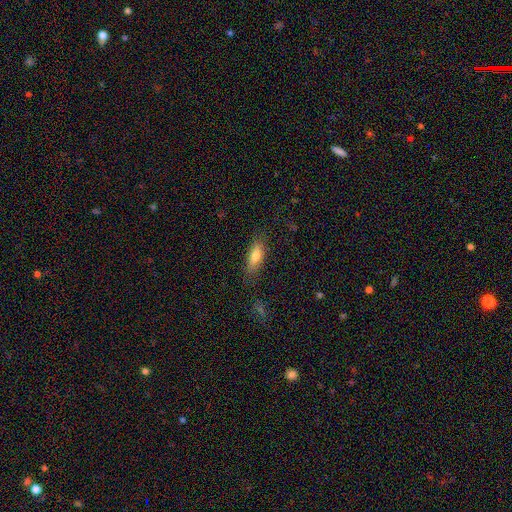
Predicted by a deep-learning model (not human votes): A smooth galaxy with no disk features (76%) that is in between round and cigar-shaped (65%). Merging: none (79%).